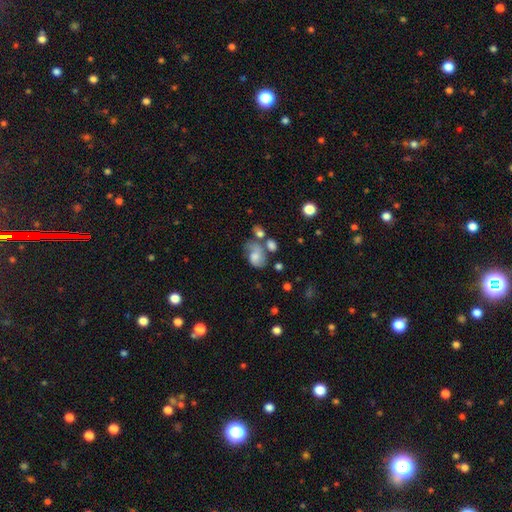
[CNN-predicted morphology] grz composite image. It shows a smooth galaxy with no disk features (47%). Merging: none (33%).